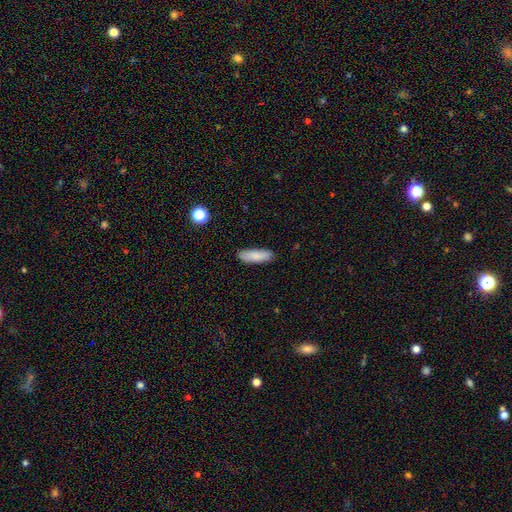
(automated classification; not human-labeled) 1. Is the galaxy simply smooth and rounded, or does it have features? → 85% smooth, 8% featured or disk, 6% star or artifact.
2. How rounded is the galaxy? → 52% in between, 46% cigar-shaped, 2% round.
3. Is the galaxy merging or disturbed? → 86% none, 10% minor disturbance, 2% major disturbance, 1% merger.